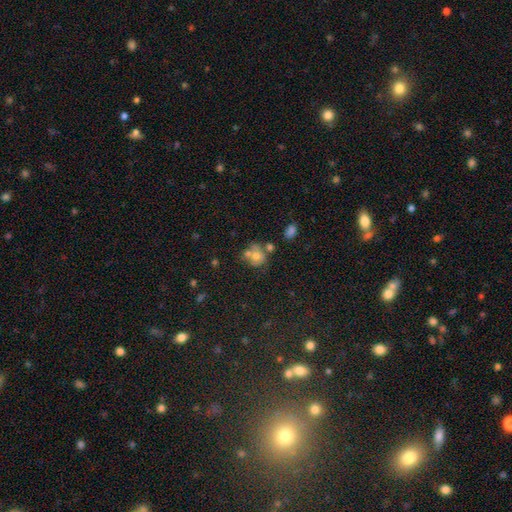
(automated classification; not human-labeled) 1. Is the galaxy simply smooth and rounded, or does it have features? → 59% smooth, 27% featured or disk, 14% star or artifact.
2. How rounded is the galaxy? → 68% round, 30% in between, 1% cigar-shaped.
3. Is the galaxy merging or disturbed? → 38% none, 37% merger, 16% minor disturbance, 9% major disturbance.